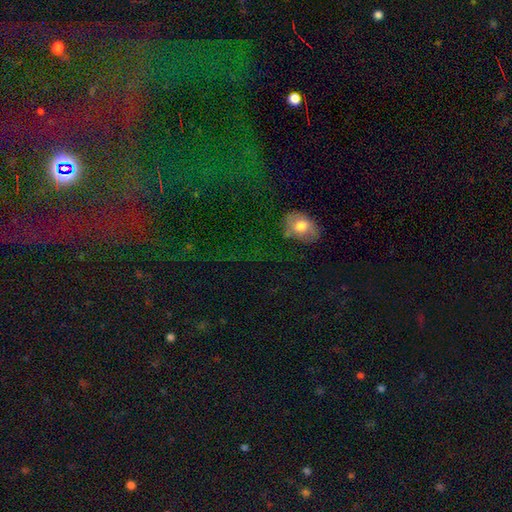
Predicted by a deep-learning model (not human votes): A star or artifact, not a galaxy (60%).

Vote fractions:
- Smooth or featured? star or artifact: 60% / smooth: 23% / featured or disk: 17%